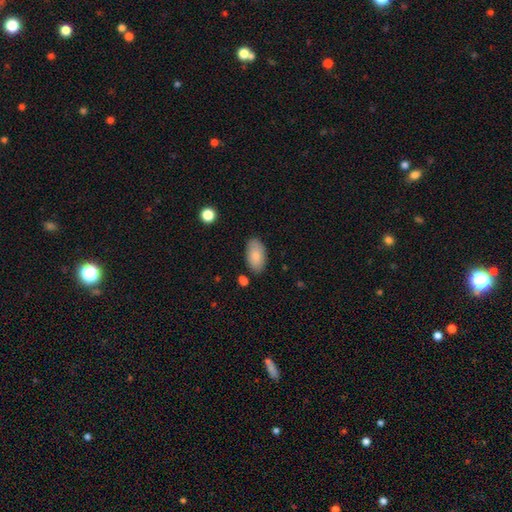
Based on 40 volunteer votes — Smooth or featured? smooth (95%)
How rounded? in between (92%)
Merging? none (79%)